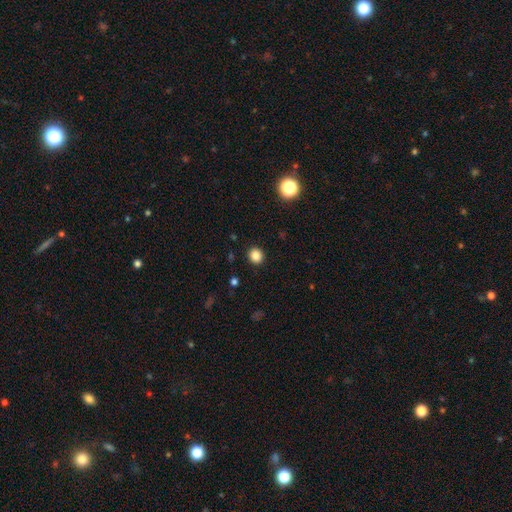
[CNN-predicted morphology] Overall: smooth (85%). How rounded: round (83%). Merging: none (91%).